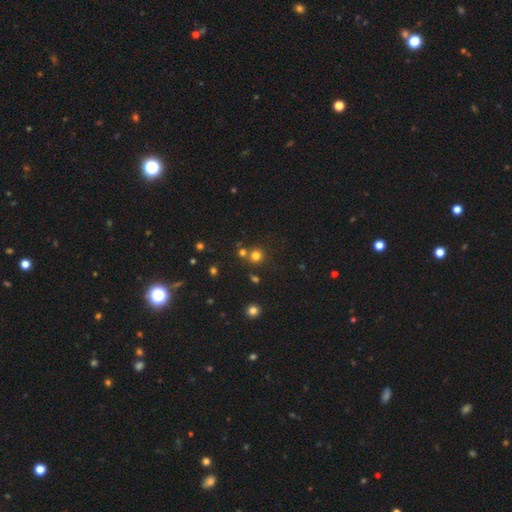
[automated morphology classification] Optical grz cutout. It shows a smooth galaxy with no disk features (75%) that is round (90%). Merging: none (71%).